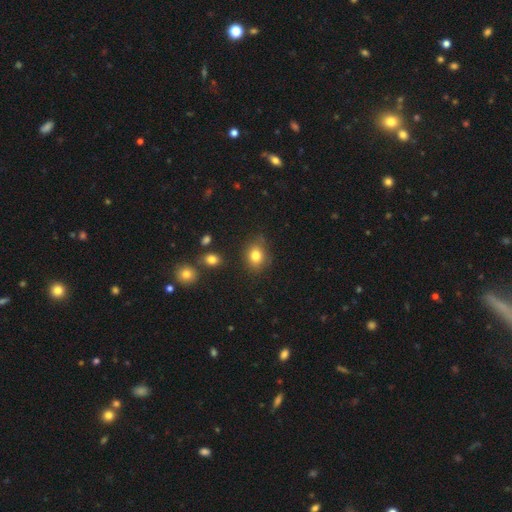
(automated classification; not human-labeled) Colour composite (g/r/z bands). It shows a smooth galaxy with no disk features (80%) that is round (52%). Merging: none (77%).